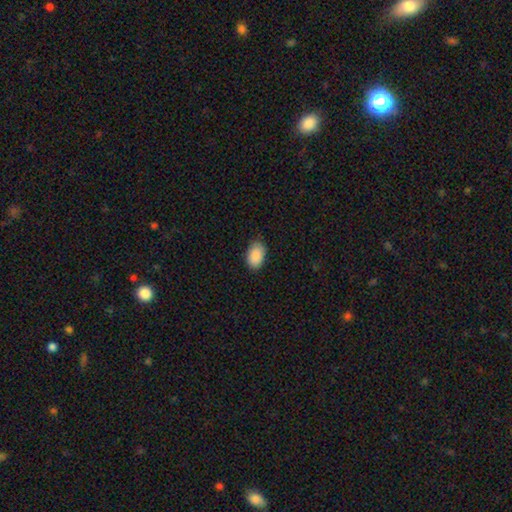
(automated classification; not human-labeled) Smooth or featured: smooth — 90% (star or artifact — 6%)
How rounded: in between — 91% (round — 8%)
Merging: none — 83% (minor disturbance — 14%)